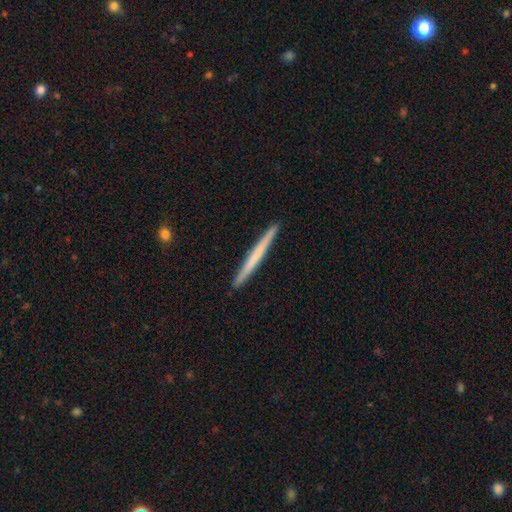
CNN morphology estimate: A smooth galaxy with no disk features (56%) that is cigar-shaped (97%). Merging: none (93%).